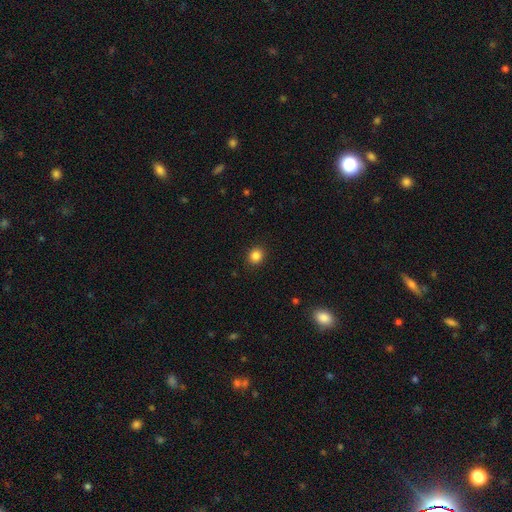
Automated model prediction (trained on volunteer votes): Smooth or featured?
  - smooth: 85% *
  - star or artifact: 11%
  - featured or disk: 4%
How rounded?
  - round: 83% *
  - in between: 16%
  - cigar-shaped: 1%
Merging?
  - none: 91% *
  - minor disturbance: 6%
  - major disturbance: 2%
  - merger: 1%